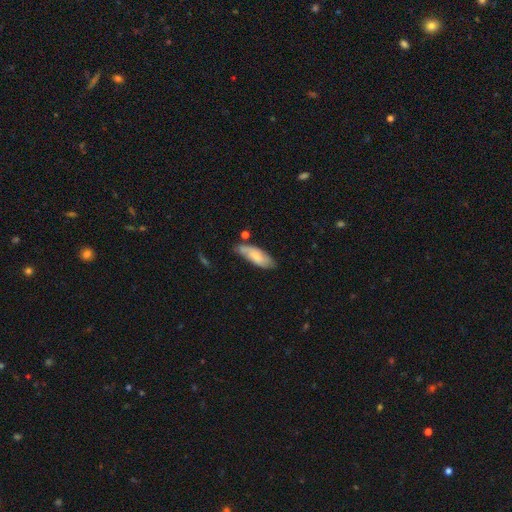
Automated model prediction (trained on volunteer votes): Smooth or featured? Predicted: smooth (p=0.67). How rounded? Predicted: in between (p=0.66). Merging? Predicted: none (p=0.61).